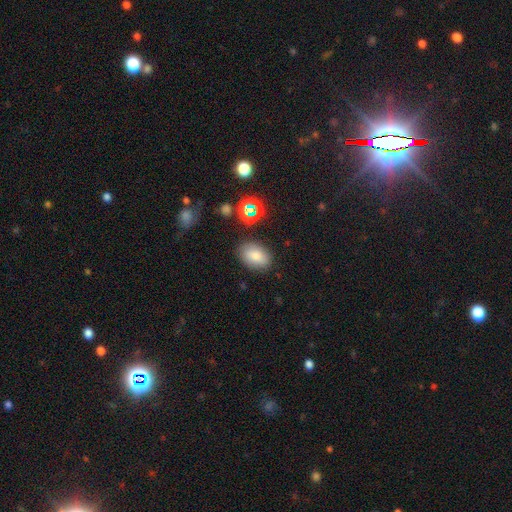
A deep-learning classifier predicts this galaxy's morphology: Smooth or featured? smooth (78%)
How rounded? in between (83%)
Merging? none (82%)